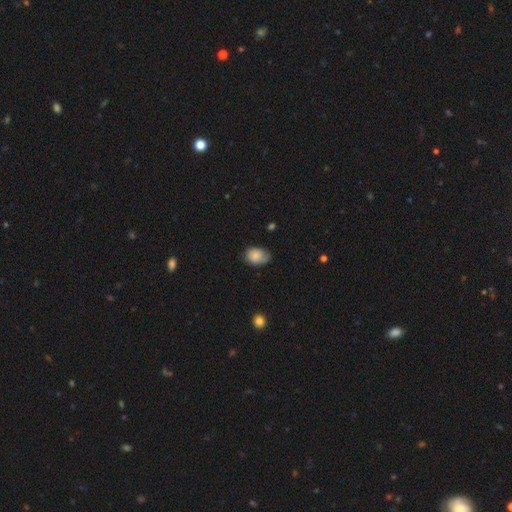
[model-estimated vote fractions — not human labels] A smooth galaxy with no disk features (73%) that is in between round and cigar-shaped (72%). Merging: none (54%).